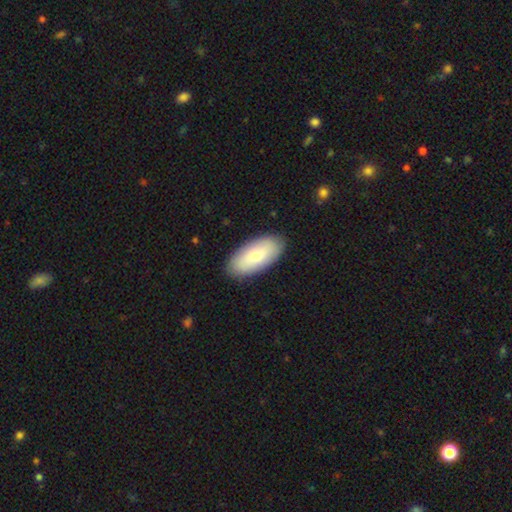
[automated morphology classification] Smooth or featured: smooth — 74% (featured or disk — 21%)
How rounded: in between — 92% (cigar-shaped — 6%)
Merging: none — 88% (minor disturbance — 9%)